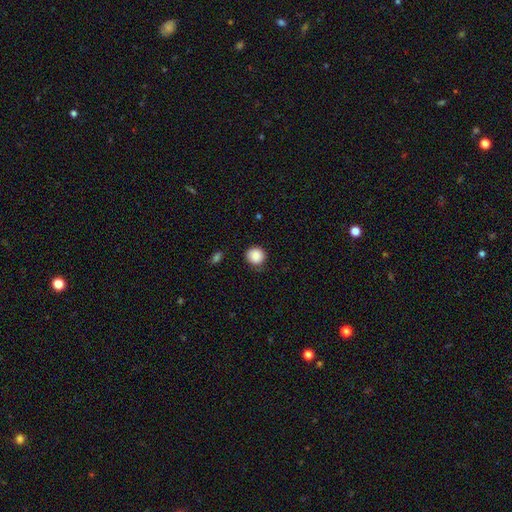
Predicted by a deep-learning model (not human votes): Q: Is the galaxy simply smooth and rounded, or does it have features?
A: smooth — 88%.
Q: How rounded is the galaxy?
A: round — 91%.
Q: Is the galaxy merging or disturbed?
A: none — 80%.